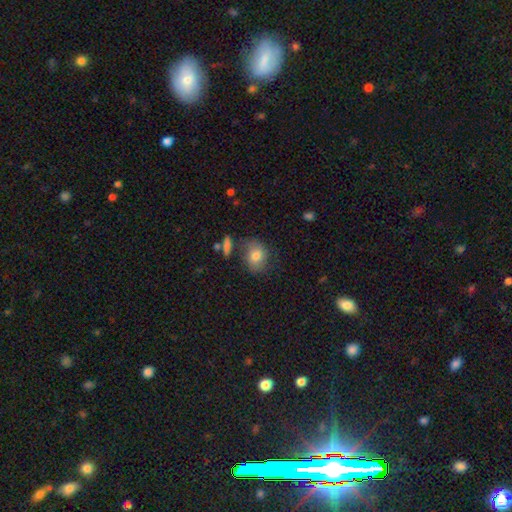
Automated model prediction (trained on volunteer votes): smooth-or-featured: smooth: 76% | featured or disk: 15% | star or artifact: 8%
  how-rounded: in between: 60% | round: 39% | cigar-shaped: 2%
  merging: none: 64% | minor disturbance: 22% | major disturbance: 8% | merger: 7%